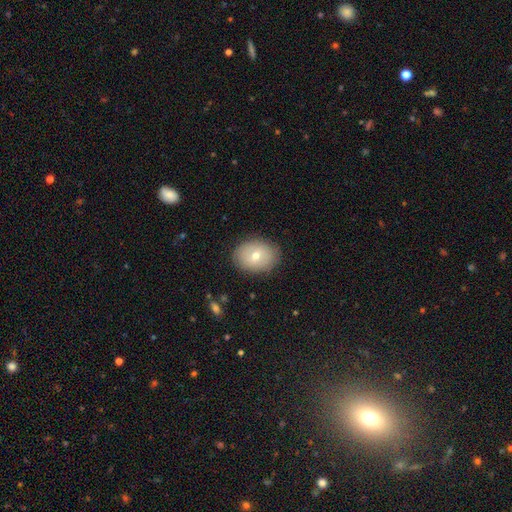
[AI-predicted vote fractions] Morphology: type=smooth (69%); roundness=in between (65%); merging=none (87%).